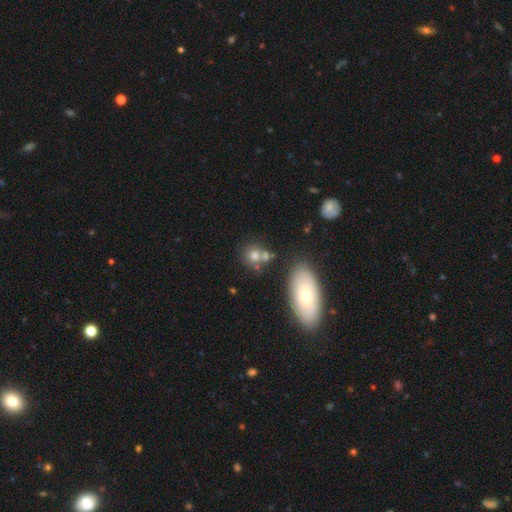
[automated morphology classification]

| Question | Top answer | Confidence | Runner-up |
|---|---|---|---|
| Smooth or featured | smooth | 73% | featured or disk (15%) |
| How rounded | round | 75% | in between (23%) |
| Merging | none | 51% | merger (32%) |